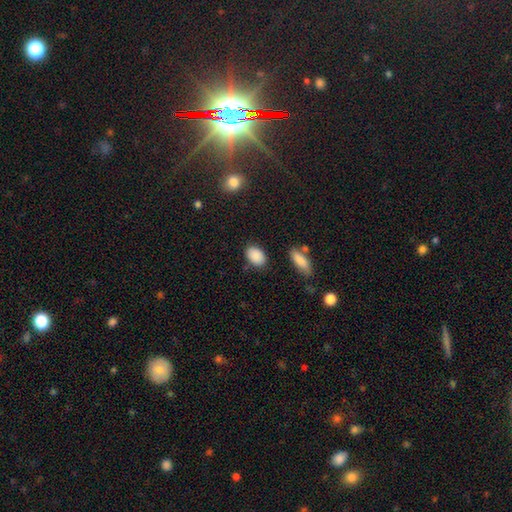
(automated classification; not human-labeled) smooth 88%, star or artifact 8%, featured or disk 4%. Down the decision tree: how rounded — in between (86%); merging — none (82%).